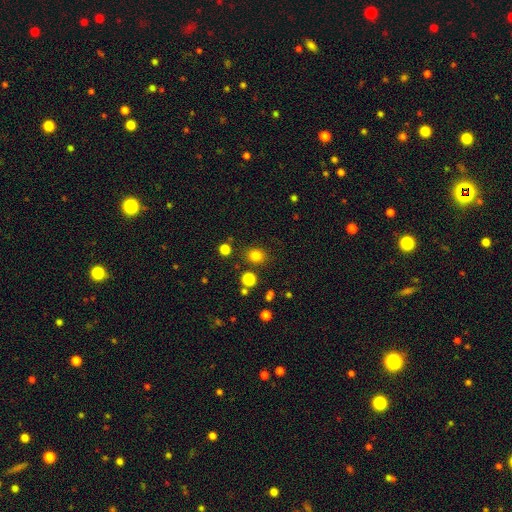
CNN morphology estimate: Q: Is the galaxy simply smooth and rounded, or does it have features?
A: smooth — 81%.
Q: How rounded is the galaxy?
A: round — 66%.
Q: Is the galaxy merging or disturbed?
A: none — 83%.